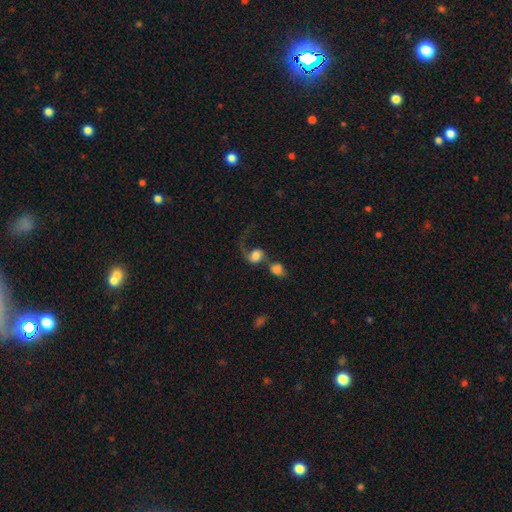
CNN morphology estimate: This is likely a smooth galaxy (62%). How rounded: possibly round (55%). Merging: possibly merger (50%).